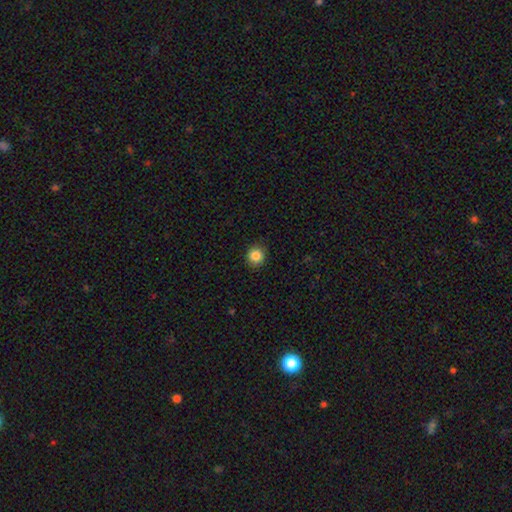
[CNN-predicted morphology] Q: Smooth or featured?
A: smooth (86%); runner-up: star or artifact (10%)
Q: How rounded?
A: round (89%); runner-up: in between (11%)
Q: Merging?
A: none (90%); runner-up: minor disturbance (7%)